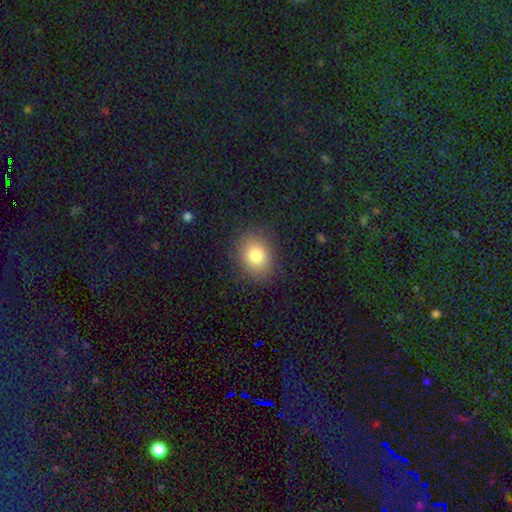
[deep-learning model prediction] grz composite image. It shows a smooth galaxy with no disk features (80%) that is round (50%). Merging: none (86%).